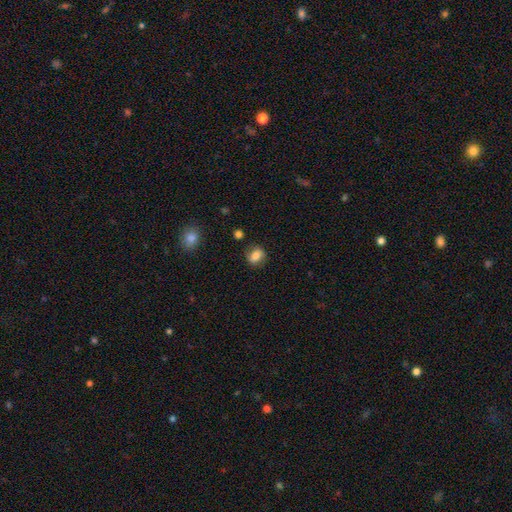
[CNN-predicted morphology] A smooth galaxy with no disk features (77%) that is in between round and cigar-shaped (53%). Merging: none (80%).